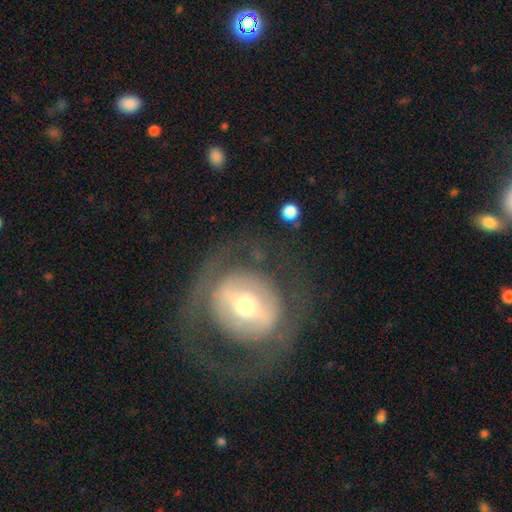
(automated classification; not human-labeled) Smooth or featured? featured or disk (65%)
Edge-on disk? no (94%)
Bar? strong (35%)
Spiral arms? no (67%)
Bulge size? moderate (59%)
Merging? none (71%)